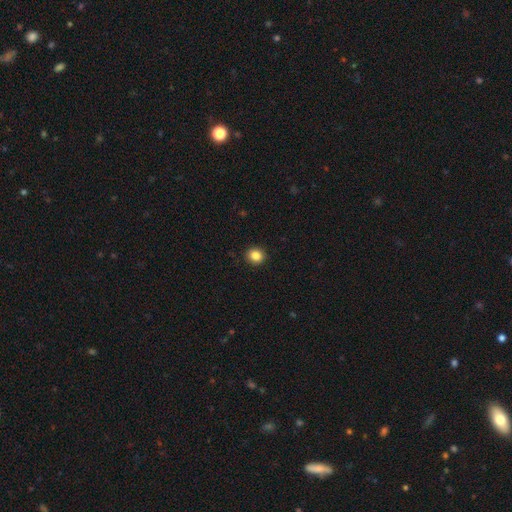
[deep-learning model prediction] This is clearly a smooth galaxy (85%). How rounded: clearly round (86%). Merging: clearly none (92%).